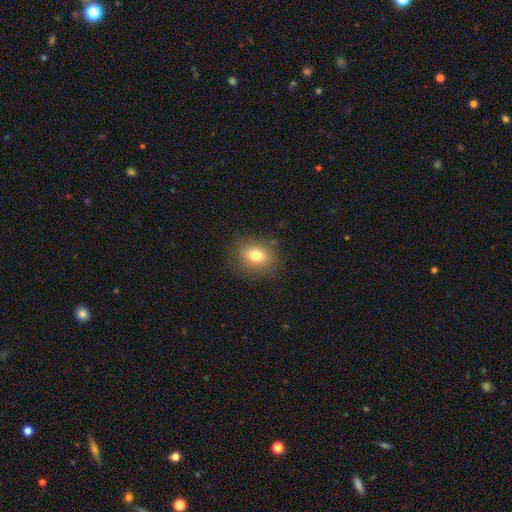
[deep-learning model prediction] smooth-or-featured: smooth: 78% | star or artifact: 11% | featured or disk: 11%
  how-rounded: round: 53% | in between: 45% | cigar-shaped: 1%
  merging: none: 83% | minor disturbance: 12% | major disturbance: 4% | merger: 1%